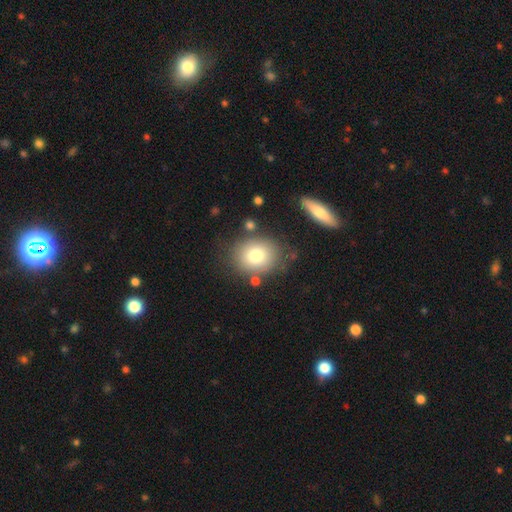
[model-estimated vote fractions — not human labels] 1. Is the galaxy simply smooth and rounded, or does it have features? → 76% smooth, 14% featured or disk, 10% star or artifact.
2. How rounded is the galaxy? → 67% round, 32% in between, 1% cigar-shaped.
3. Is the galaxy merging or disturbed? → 77% none, 12% minor disturbance, 6% merger, 5% major disturbance.